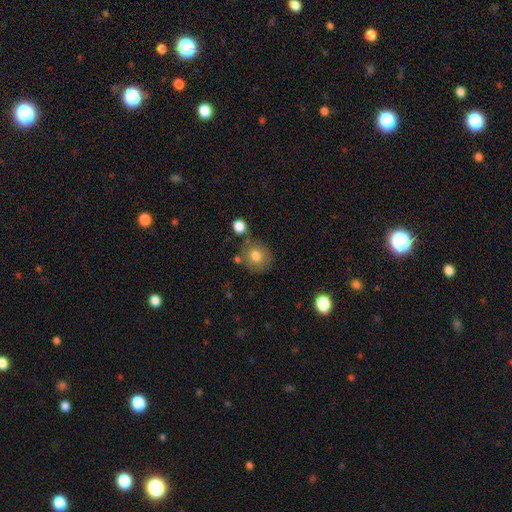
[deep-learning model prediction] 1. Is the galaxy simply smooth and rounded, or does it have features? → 78% smooth, 12% featured or disk, 10% star or artifact.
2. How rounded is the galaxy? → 84% round, 15% in between, 1% cigar-shaped.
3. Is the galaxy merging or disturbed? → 70% none, 15% minor disturbance, 11% merger, 5% major disturbance.